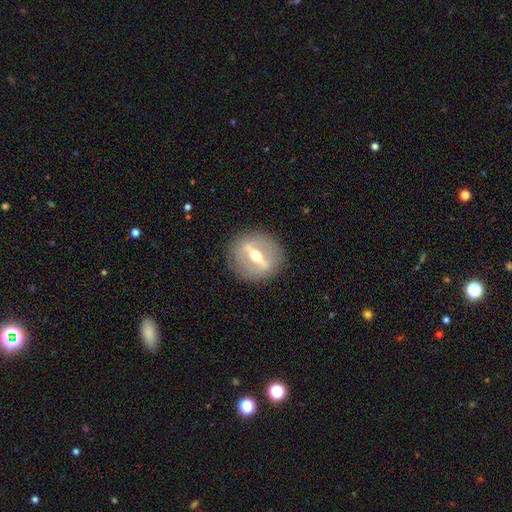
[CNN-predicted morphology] A featured or disk galaxy (80%) with a strong bar (82%), no spiral arms (80%) and a moderate central bulge (72%). Merging: none (87%).